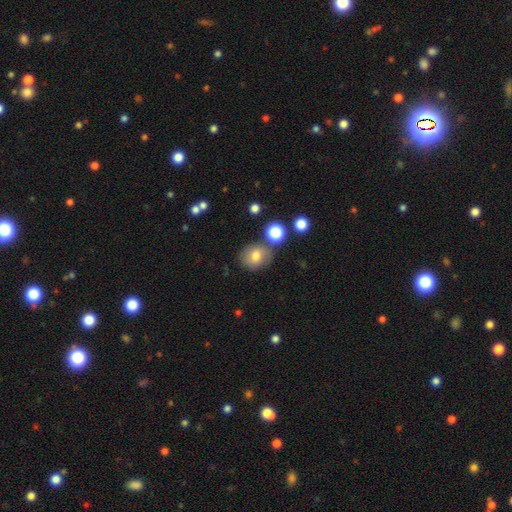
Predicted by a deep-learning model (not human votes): Smooth or featured: smooth — 71% (featured or disk — 17%)
How rounded: round — 71% (in between — 28%)
Merging: none — 69% (minor disturbance — 15%)